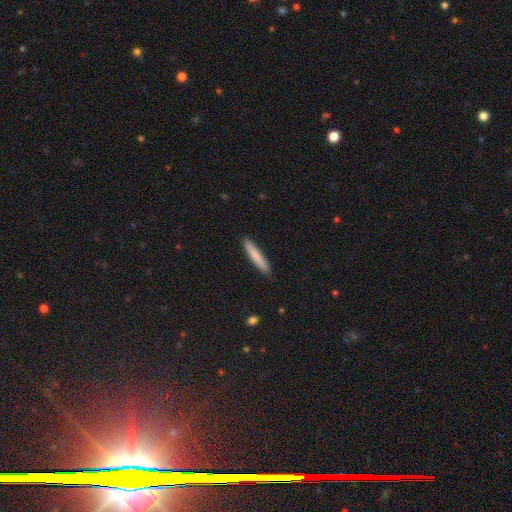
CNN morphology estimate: Smooth or featured: smooth — 79% (featured or disk — 15%)
How rounded: cigar-shaped — 93% (in between — 6%)
Merging: none — 90% (minor disturbance — 7%)